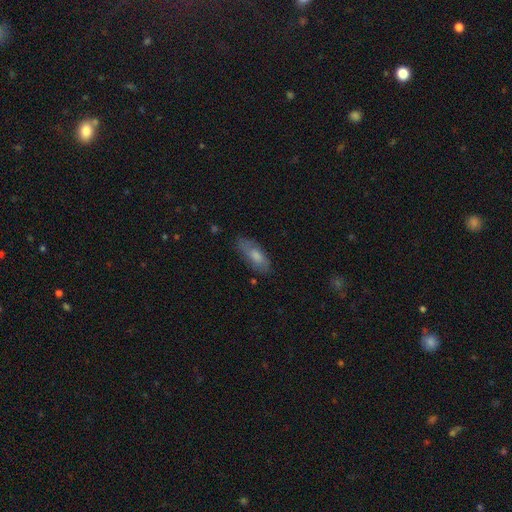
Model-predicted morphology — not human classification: Q: Smooth or featured?
A: smooth (69%); runner-up: featured or disk (24%)
Q: How rounded?
A: in between (74%); runner-up: cigar-shaped (24%)
Q: Merging?
A: none (74%); runner-up: minor disturbance (19%)